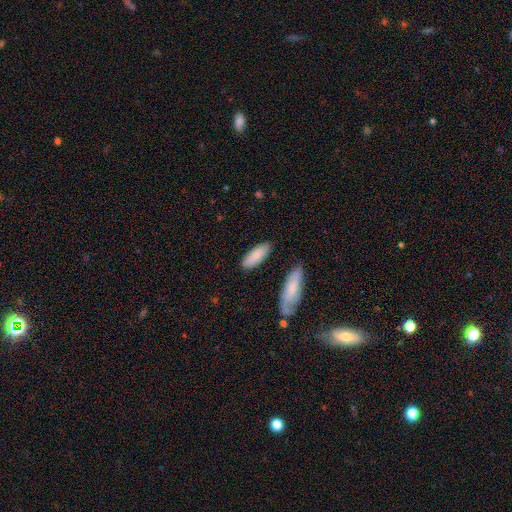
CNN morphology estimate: Q: Smooth or featured?
A: smooth (84%); runner-up: featured or disk (11%)
Q: How rounded?
A: in between (69%); runner-up: cigar-shaped (29%)
Q: Merging?
A: none (81%); runner-up: minor disturbance (12%)